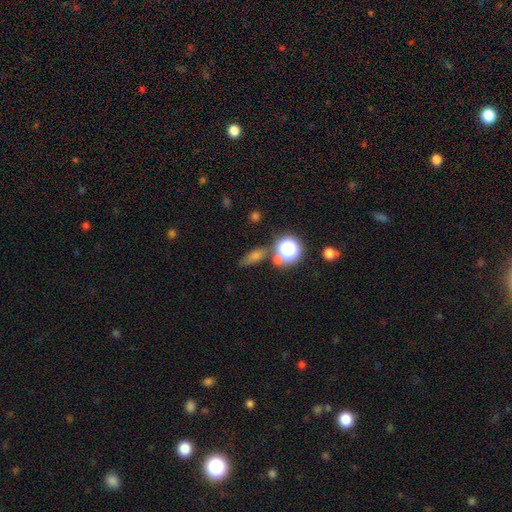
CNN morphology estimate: A smooth galaxy with no disk features (50%) that is in between round and cigar-shaped (45%).

Vote fractions:
- Smooth or featured? smooth: 50% / star or artifact: 31% / featured or disk: 19%
- How rounded? in between: 45% / cigar-shaped: 28% / round: 27%
- Merging? none: 75% / minor disturbance: 11% / merger: 10% / major disturbance: 4%